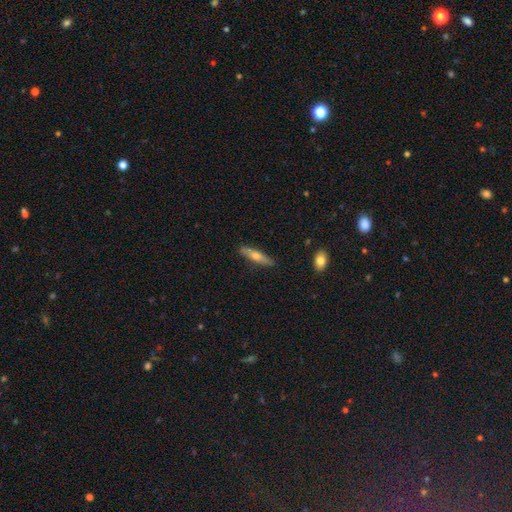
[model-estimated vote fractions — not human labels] smooth_or_featured: smooth (p=0.51) [alt: featured or disk p=0.42]
how_rounded: cigar-shaped (p=0.84) [alt: in between p=0.14]
merging: none (p=0.87) [alt: minor disturbance p=0.10]